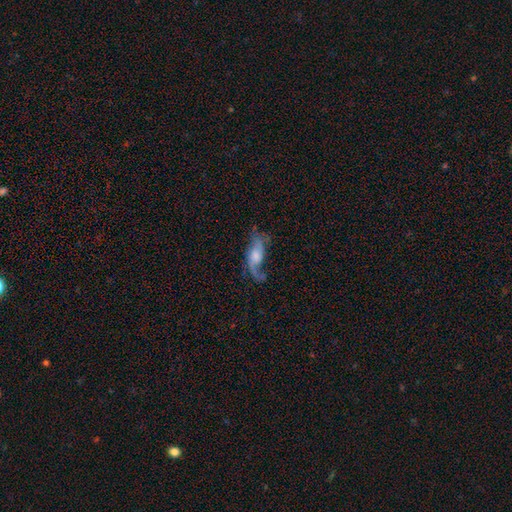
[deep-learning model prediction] This is likely a featured or disk galaxy (69%). It is clearly not viewed edge-on (88%). Bar: likely no (60%). Spiral arm pattern: clearly yes (87%). Spiral arm count: likely 2 (66%). Spiral winding: likely loose (72%). Central bulge: marginally moderate (38%). Merging: marginally none (45%).